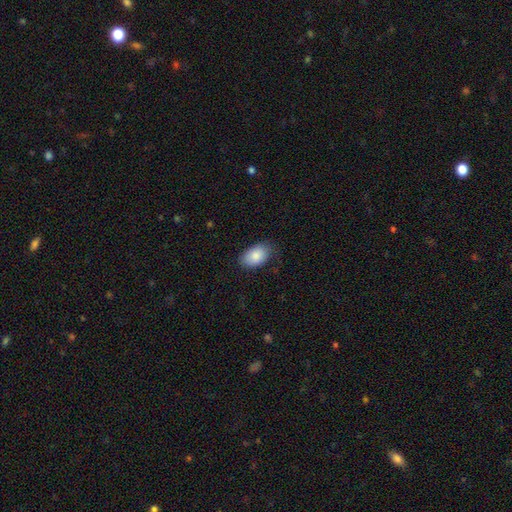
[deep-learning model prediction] smooth-or-featured: smooth: 87% | featured or disk: 6% | star or artifact: 6%
  how-rounded: in between: 92% | round: 6% | cigar-shaped: 1%
  merging: none: 76% | minor disturbance: 19% | major disturbance: 4% | merger: 1%